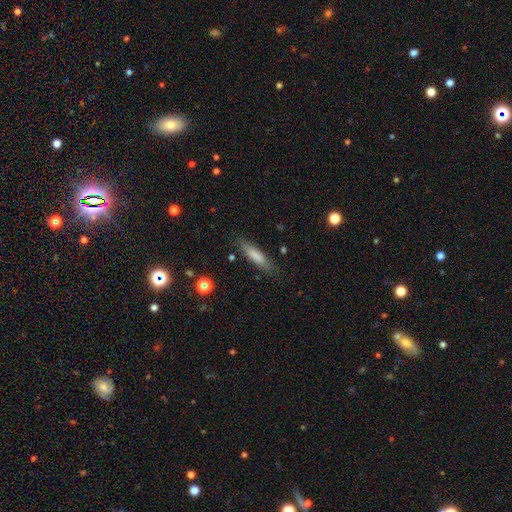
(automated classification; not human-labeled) A smooth galaxy with no disk features (77%) that is cigar-shaped (76%). Merging: none (79%).